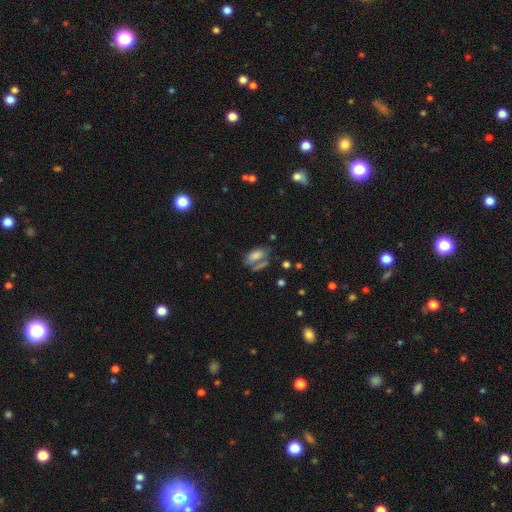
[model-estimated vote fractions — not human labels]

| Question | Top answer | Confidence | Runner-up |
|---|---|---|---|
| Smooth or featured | smooth | 72% | featured or disk (18%) |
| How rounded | in between | 86% | cigar-shaped (8%) |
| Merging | none | 44% | merger (24%) |